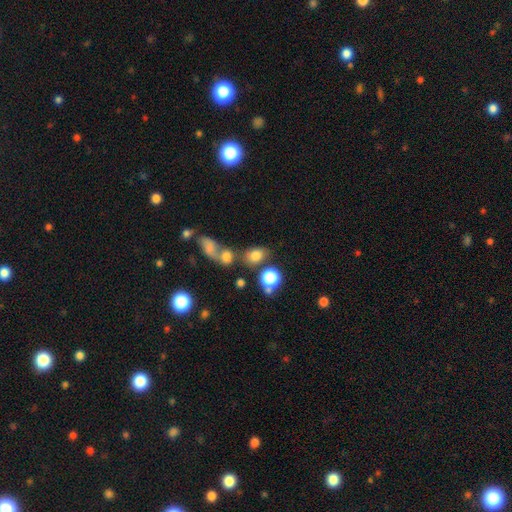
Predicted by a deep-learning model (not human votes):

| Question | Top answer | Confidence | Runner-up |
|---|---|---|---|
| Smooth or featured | smooth | 77% | star or artifact (14%) |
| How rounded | in between | 63% | round (36%) |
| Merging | none | 60% | merger (22%) |